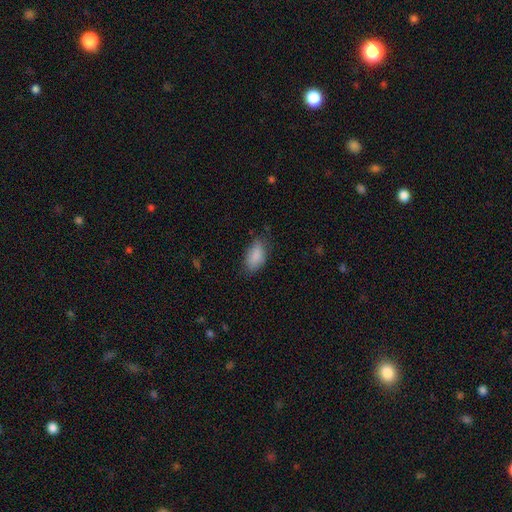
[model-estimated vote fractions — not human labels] Overall: smooth (87%). How rounded: in between (92%). Merging: none (68%).